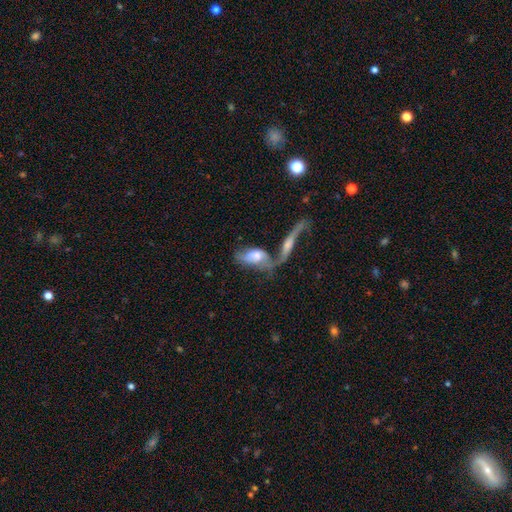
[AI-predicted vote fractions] A featured or disk galaxy (49%).

Vote fractions:
- Smooth or featured? featured or disk: 49% / smooth: 44% / star or artifact: 7%
- Merging? merger: 54% / none: 21% / major disturbance: 13% / minor disturbance: 12%